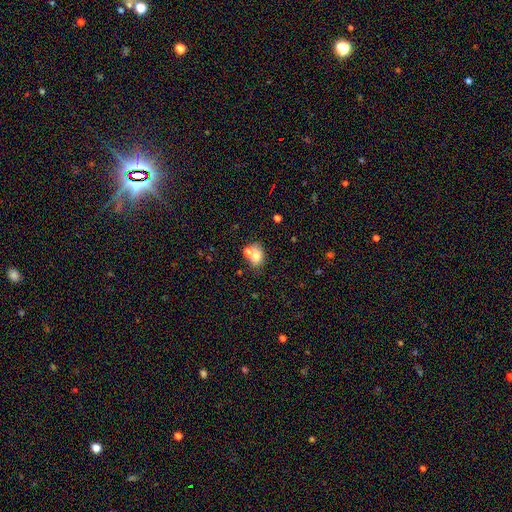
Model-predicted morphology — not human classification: smooth 70%, featured or disk 19%, star or artifact 11%. Down the decision tree: how rounded — in between (58%); merging — merger (45%).